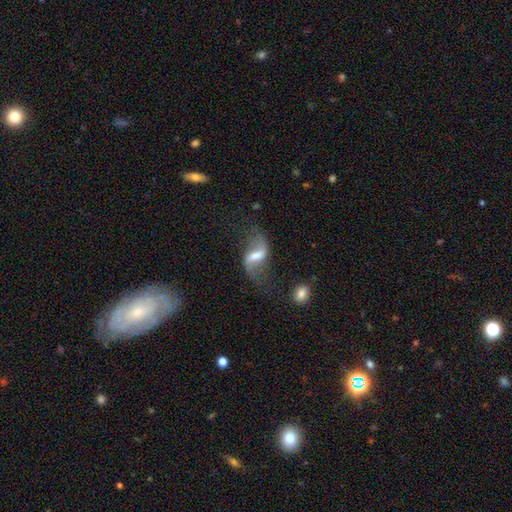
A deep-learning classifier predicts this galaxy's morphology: featured or disk 79%, smooth 13%, star or artifact 7%. Down the decision tree: edge-on disk — no (95%); bar — strong (49%); spiral arms — yes (90%); spiral arm count — 2 (92%); spiral winding — loose (86%); bulge size — moderate (39%); merging — none (61%).